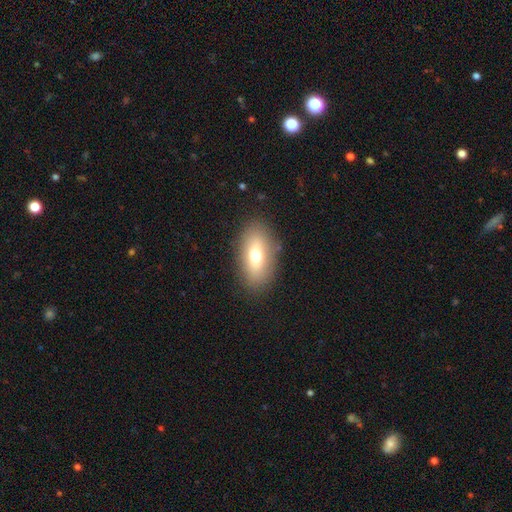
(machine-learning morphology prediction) smooth-or-featured: smooth: 68% | featured or disk: 23% | star or artifact: 9%
  how-rounded: in between: 86% | cigar-shaped: 8% | round: 6%
  merging: none: 85% | minor disturbance: 10% | major disturbance: 4% | merger: 1%